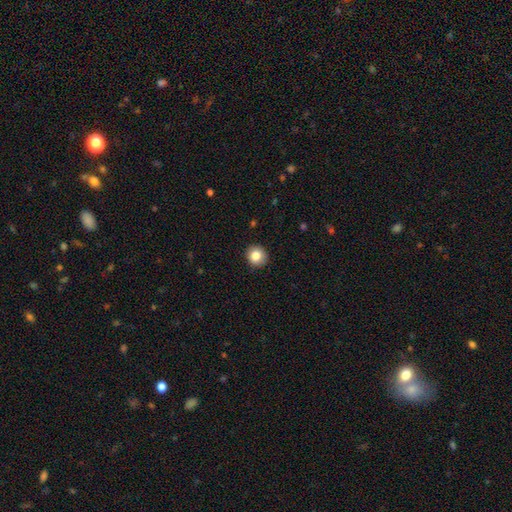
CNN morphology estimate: A smooth galaxy with no disk features (84%) that is round (91%). Merging: none (92%).